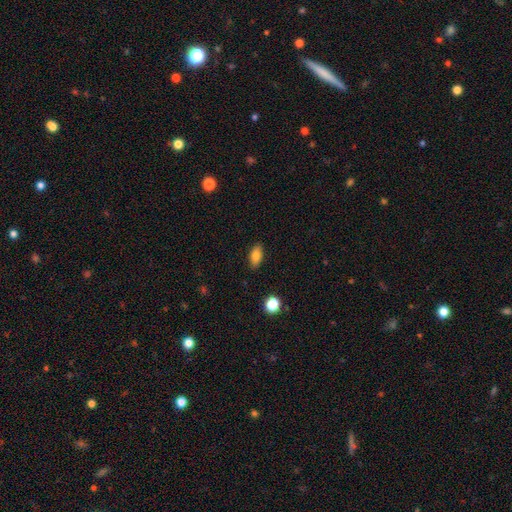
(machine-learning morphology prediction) Smooth or featured: smooth — 80% (featured or disk — 11%)
How rounded: in between — 88% (cigar-shaped — 7%)
Merging: none — 87% (minor disturbance — 9%)